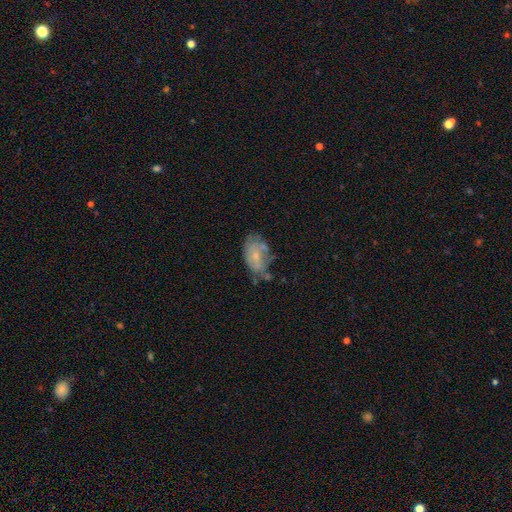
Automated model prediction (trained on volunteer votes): Overall: smooth (46%; featured or disk 45%). Merging: none (41%; minor disturbance 33%).